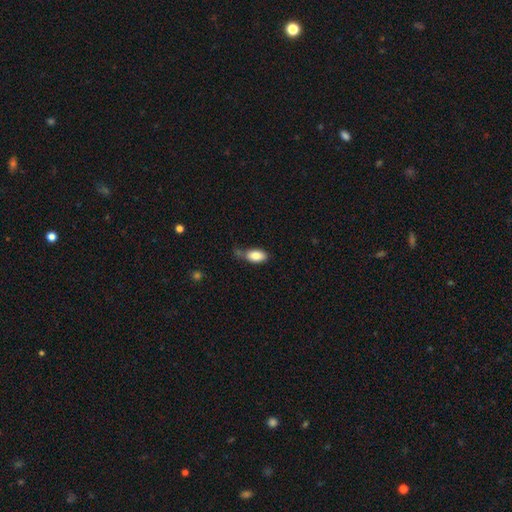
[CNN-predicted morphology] Smooth or featured?
  - smooth: 84% *
  - featured or disk: 8%
  - star or artifact: 7%
How rounded?
  - in between: 92% *
  - round: 4%
  - cigar-shaped: 3%
Merging?
  - none: 56% *
  - minor disturbance: 25%
  - merger: 12%
  - major disturbance: 7%